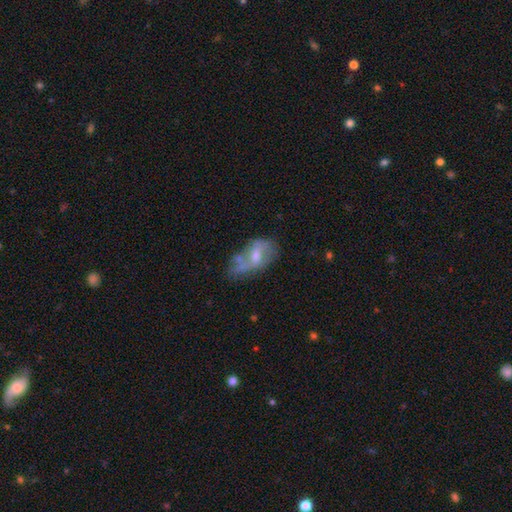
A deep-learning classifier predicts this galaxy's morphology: Smooth or featured? featured or disk (57%)
Edge-on disk? no (92%)
Bar? weak (44%)
Spiral arms? yes (51%)
Bulge size? moderate (48%)
Merging? none (36%)